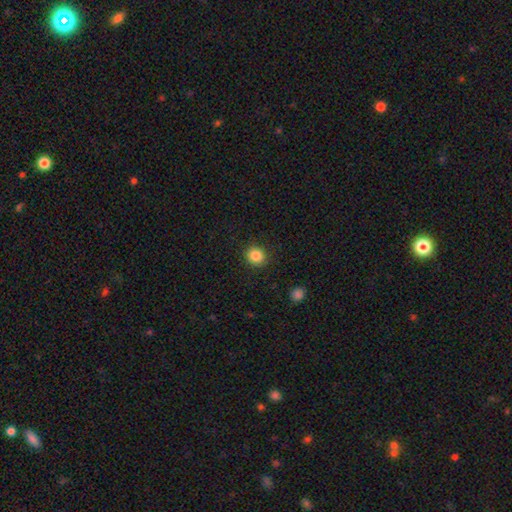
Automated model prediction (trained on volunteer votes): Smooth or featured?
  - smooth: 86% *
  - star or artifact: 10%
  - featured or disk: 4%
How rounded?
  - round: 85% *
  - in between: 14%
  - cigar-shaped: 1%
Merging?
  - none: 90% *
  - minor disturbance: 7%
  - major disturbance: 2%
  - merger: 1%